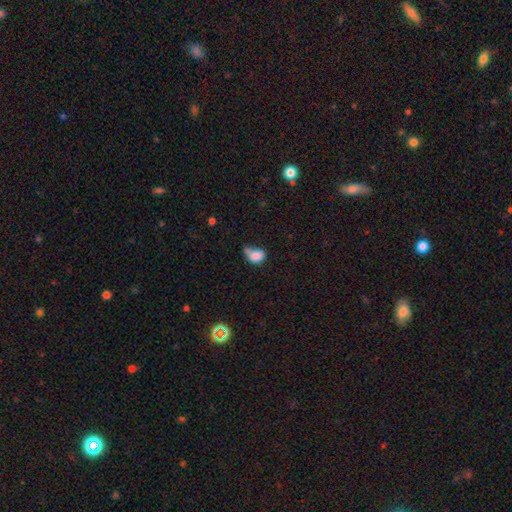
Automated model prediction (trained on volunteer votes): Smooth or featured? smooth (81%)
How rounded? in between (59%)
Merging? merger (36%)